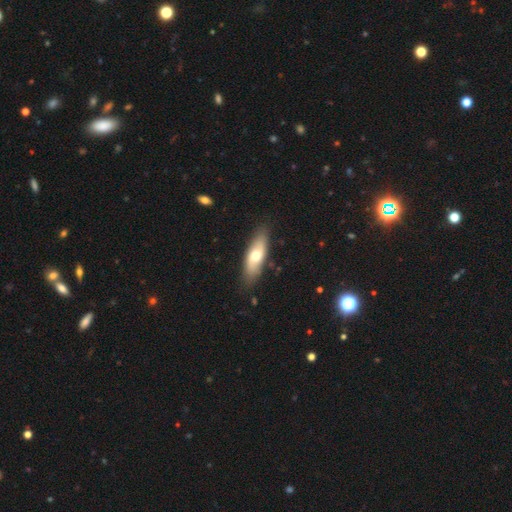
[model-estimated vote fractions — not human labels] Smooth or featured: smooth — 59% (featured or disk — 35%)
How rounded: in between — 68% (cigar-shaped — 29%)
Merging: none — 83% (minor disturbance — 13%)